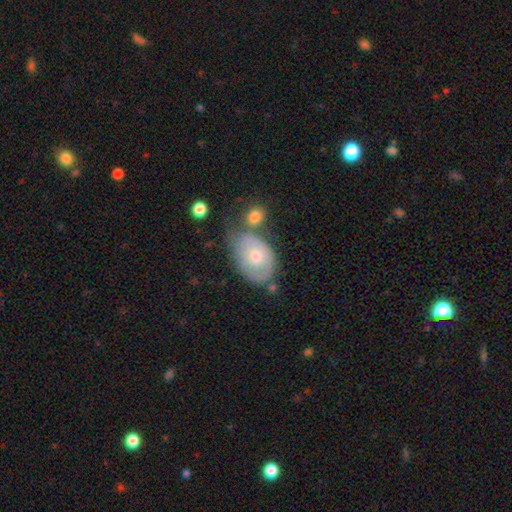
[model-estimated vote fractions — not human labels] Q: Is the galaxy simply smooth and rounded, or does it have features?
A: featured or disk — 48%.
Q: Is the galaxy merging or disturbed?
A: none — 40%.